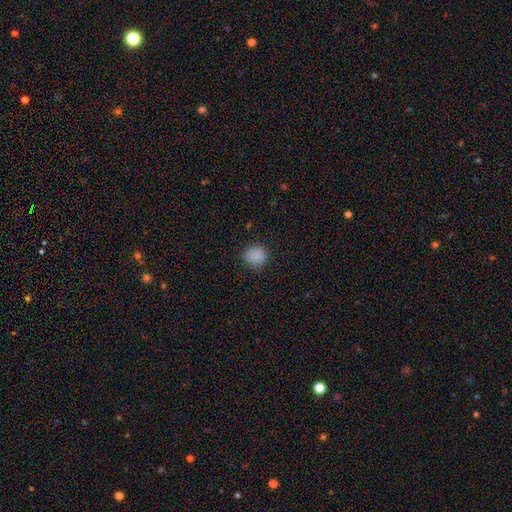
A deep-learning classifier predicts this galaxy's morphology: smooth_or_featured: smooth (p=0.86) [alt: star or artifact p=0.11]
how_rounded: round (p=0.83) [alt: in between p=0.16]
merging: none (p=0.87) [alt: minor disturbance p=0.09]